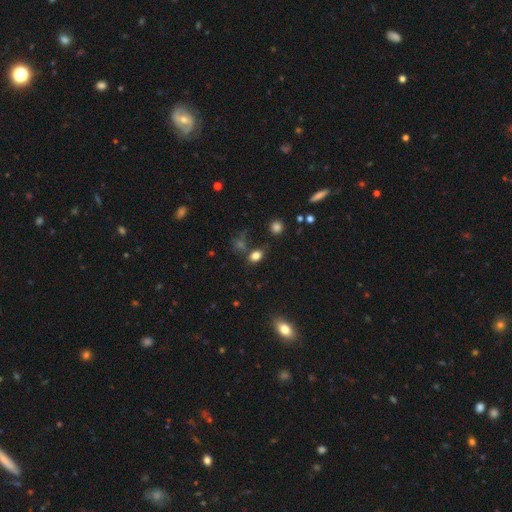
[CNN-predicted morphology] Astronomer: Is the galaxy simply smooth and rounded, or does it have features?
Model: smooth — 80%.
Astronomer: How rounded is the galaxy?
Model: in between — 73%.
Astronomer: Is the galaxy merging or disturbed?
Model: none — 71%.